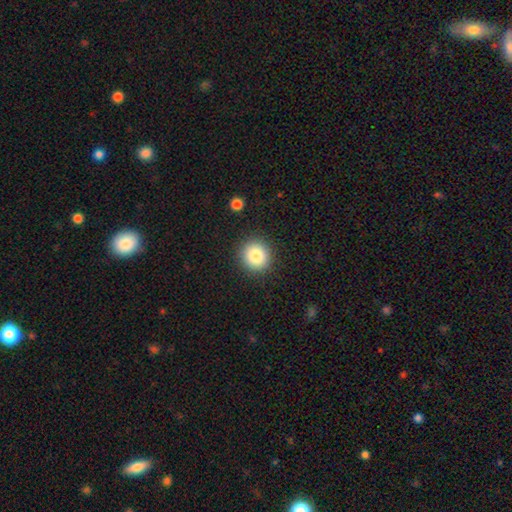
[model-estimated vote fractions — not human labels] This is clearly a smooth galaxy (84%). How rounded: clearly round (92%). Merging: clearly none (90%).